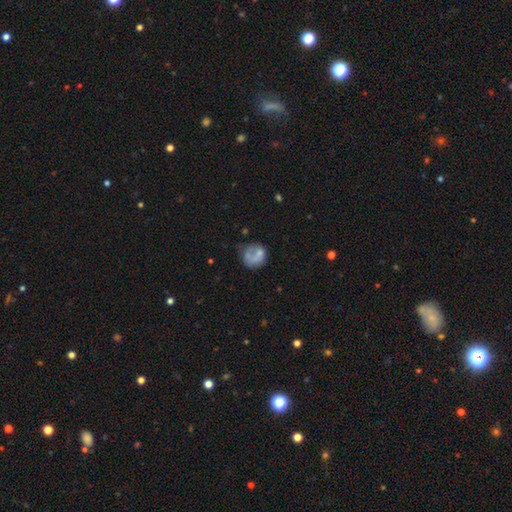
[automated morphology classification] This is possibly a smooth galaxy (59%). How rounded: likely round (75%). Merging: marginally none (42%).